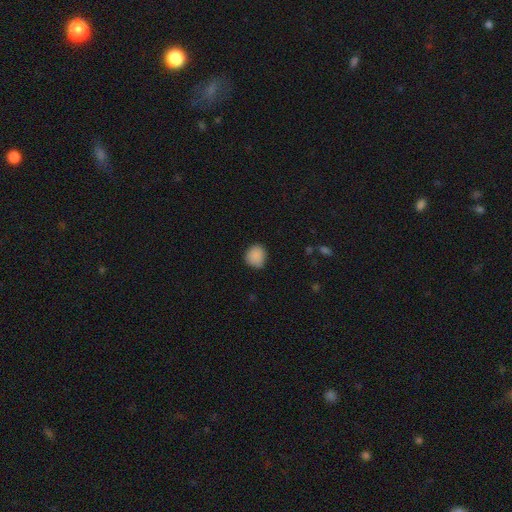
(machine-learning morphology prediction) A smooth galaxy with no disk features (88%) that is round (82%). Merging: none (76%).